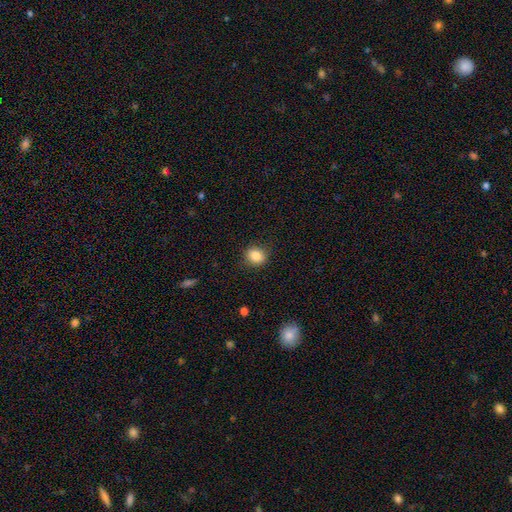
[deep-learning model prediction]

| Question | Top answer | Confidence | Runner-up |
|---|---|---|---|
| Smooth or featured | smooth | 85% | star or artifact (10%) |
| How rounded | round | 66% | in between (33%) |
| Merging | none | 86% | minor disturbance (10%) |